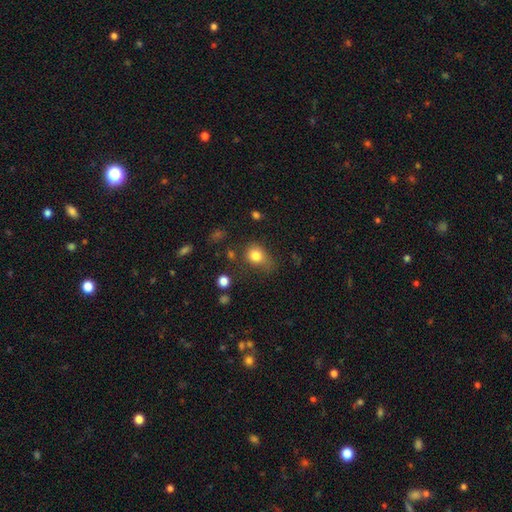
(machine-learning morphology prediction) Smooth or featured? smooth (81%)
How rounded? round (58%)
Merging? none (49%)